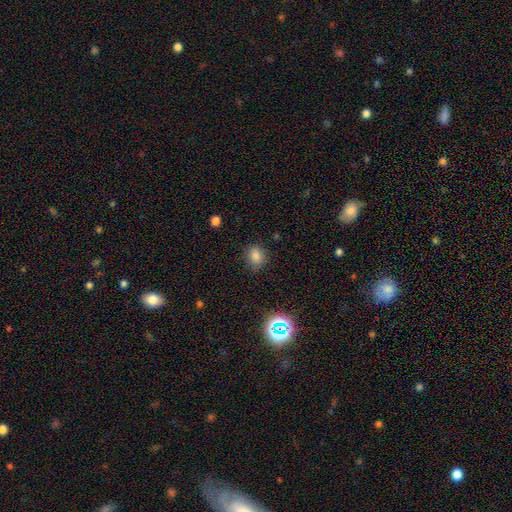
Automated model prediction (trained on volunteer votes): Smooth or featured?
  - smooth: 81% *
  - star or artifact: 14%
  - featured or disk: 5%
How rounded?
  - round: 56% *
  - in between: 43%
  - cigar-shaped: 1%
Merging?
  - none: 79% *
  - minor disturbance: 15%
  - major disturbance: 4%
  - merger: 2%